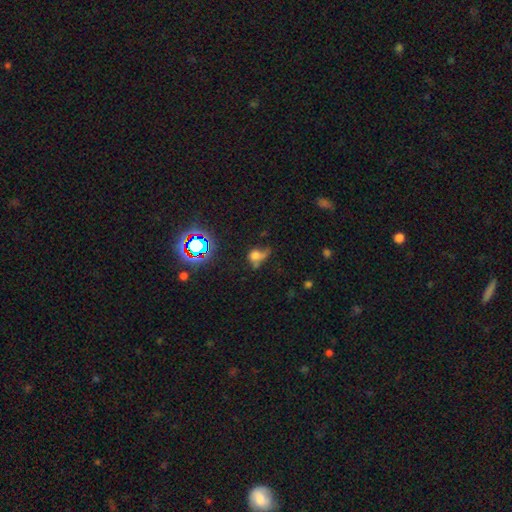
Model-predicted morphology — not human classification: Q: Smooth or featured?
A: smooth (56%); runner-up: star or artifact (23%)
Q: How rounded?
A: round (50%); runner-up: in between (48%)
Q: Merging?
A: major disturbance (36%); runner-up: none (26%)